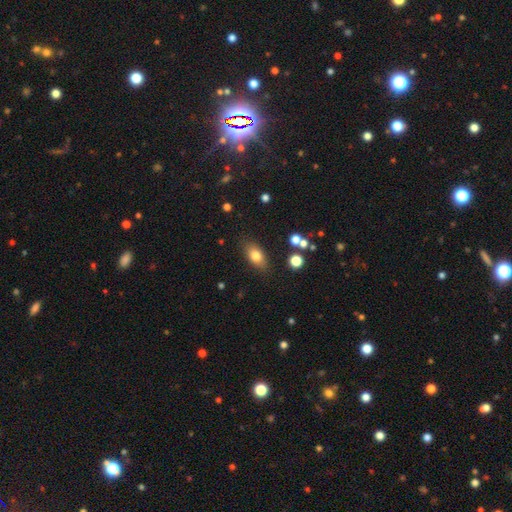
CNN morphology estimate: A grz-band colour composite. It shows a smooth galaxy with no disk features (78%) that is in between round and cigar-shaped (84%). Merging: none (82%).